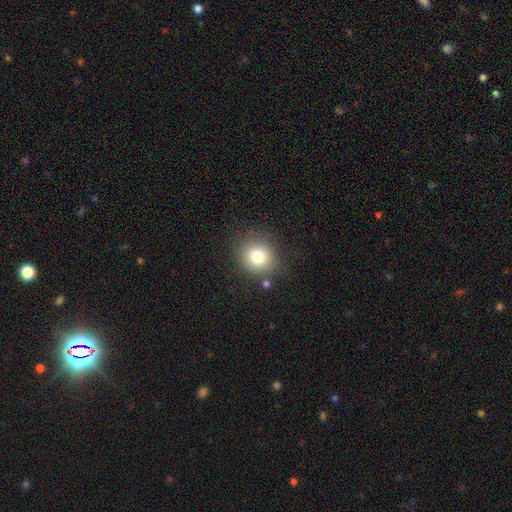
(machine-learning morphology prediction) type=smooth (76%); roundness=round (89%); merging=none (87%).